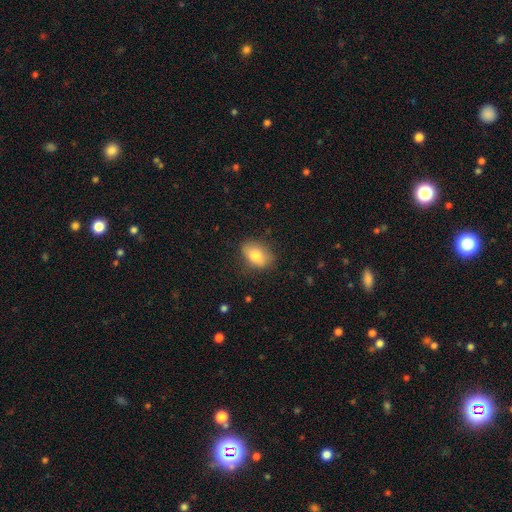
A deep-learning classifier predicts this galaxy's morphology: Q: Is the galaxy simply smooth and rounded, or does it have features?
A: smooth — 78%.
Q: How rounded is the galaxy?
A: in between — 84%.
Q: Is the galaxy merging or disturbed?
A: none — 77%.